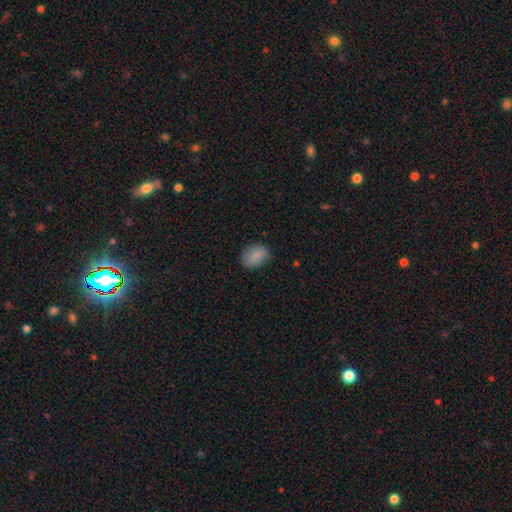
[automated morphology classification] Smooth or featured? smooth (85%)
How rounded? in between (74%)
Merging? none (81%)